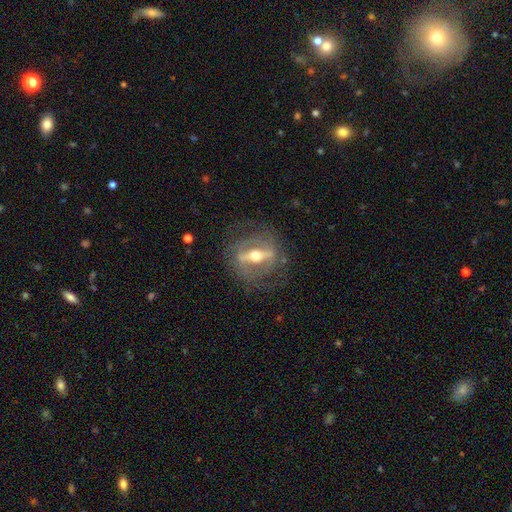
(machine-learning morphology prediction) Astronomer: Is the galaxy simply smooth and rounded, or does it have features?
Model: featured or disk — 83%.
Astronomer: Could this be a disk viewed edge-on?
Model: no — 63%.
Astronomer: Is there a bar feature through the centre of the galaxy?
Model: strong — 80%.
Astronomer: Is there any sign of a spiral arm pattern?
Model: no — 58% (runner-up: yes, 42%).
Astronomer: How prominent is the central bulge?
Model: moderate — 72%.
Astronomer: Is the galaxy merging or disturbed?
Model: none — 74%.